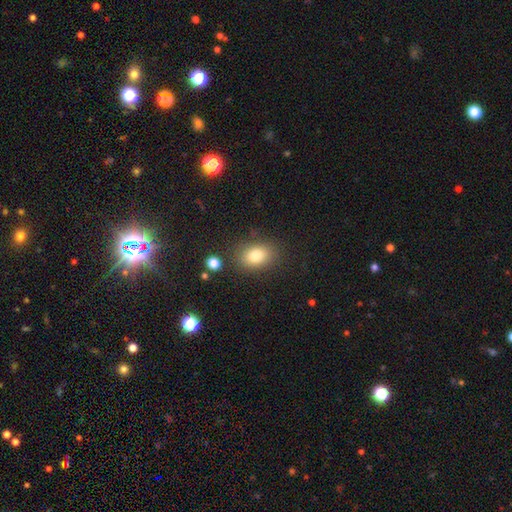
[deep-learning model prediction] The model was most divided on "how rounded": in between: 76%, round: 23%, cigar-shaped: 1%. More confident: merging — none (81%); smooth or featured — smooth (81%).